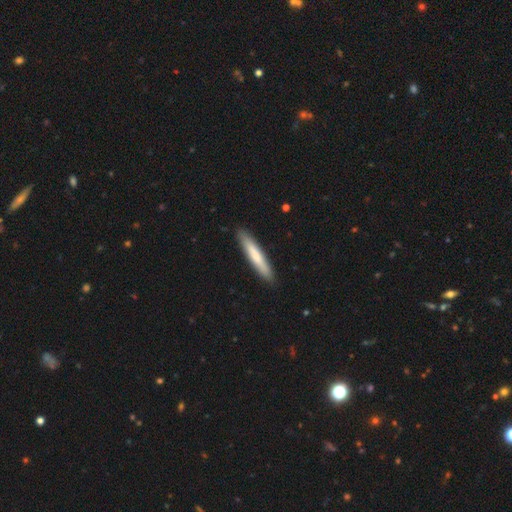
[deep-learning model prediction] A smooth galaxy with no disk features (71%) that is cigar-shaped (93%).

Vote fractions:
- Smooth or featured? smooth: 71% / featured or disk: 24% / star or artifact: 5%
- How rounded? cigar-shaped: 93% / in between: 6% / round: 1%
- Merging? none: 90% / minor disturbance: 7% / major disturbance: 1% / merger: 1%